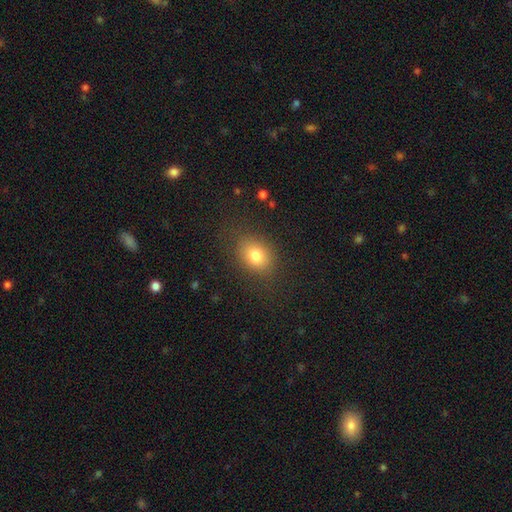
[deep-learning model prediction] The model was most divided on "how rounded": in between: 63%, round: 36%, cigar-shaped: 1%. More confident: merging — none (81%); smooth or featured — smooth (79%).